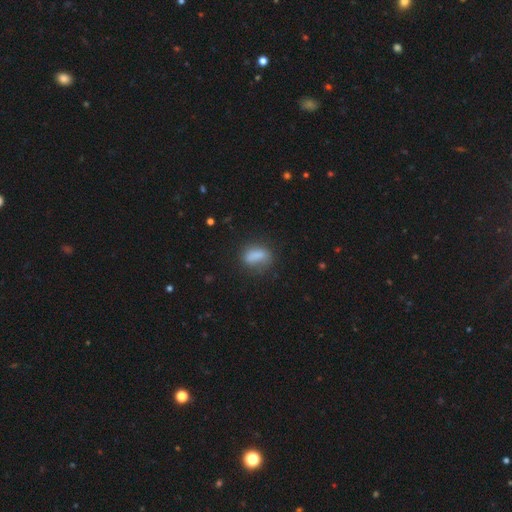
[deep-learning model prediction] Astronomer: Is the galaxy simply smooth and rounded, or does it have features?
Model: smooth — 79%.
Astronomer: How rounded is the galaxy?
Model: in between — 76%.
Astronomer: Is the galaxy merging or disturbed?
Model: none — 59%.